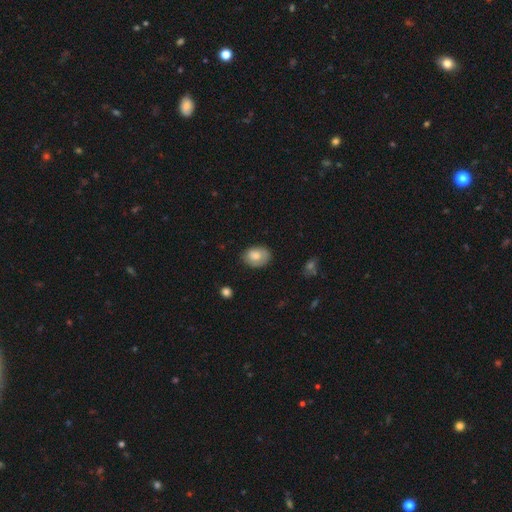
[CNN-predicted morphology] Q: Smooth or featured?
A: smooth (77%); runner-up: featured or disk (16%)
Q: How rounded?
A: in between (70%); runner-up: round (29%)
Q: Merging?
A: none (73%); runner-up: minor disturbance (21%)